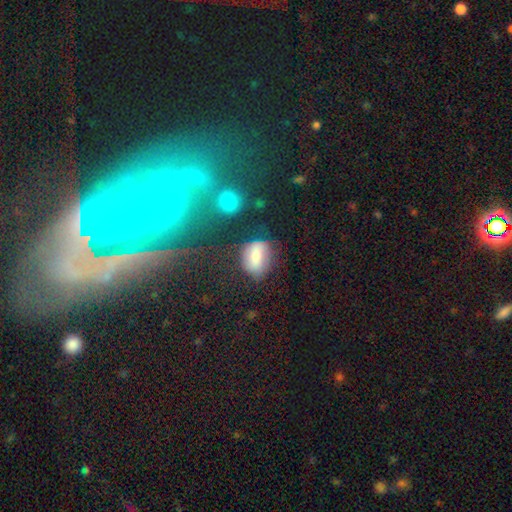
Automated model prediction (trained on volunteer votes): This is likely a smooth galaxy (74%). How rounded: likely in between (71%). Merging: possibly none (50%).